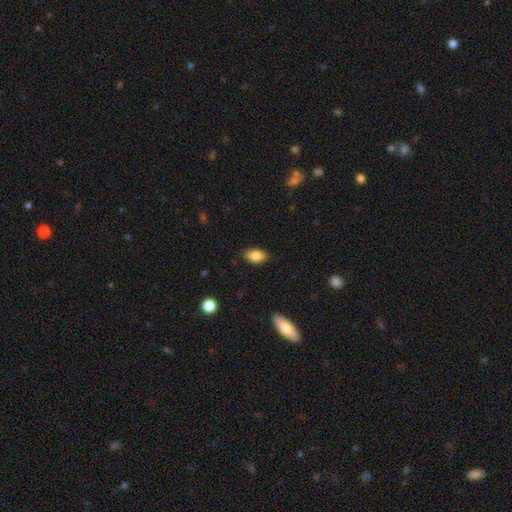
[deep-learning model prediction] Smooth or featured: smooth — 85% (star or artifact — 8%)
How rounded: in between — 90% (round — 6%)
Merging: none — 83% (minor disturbance — 13%)